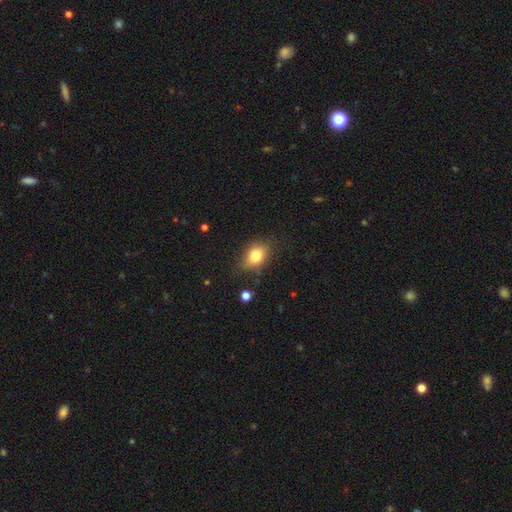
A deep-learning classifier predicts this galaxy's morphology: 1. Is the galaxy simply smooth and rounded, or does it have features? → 78% smooth, 12% featured or disk, 10% star or artifact.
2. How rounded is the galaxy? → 70% in between, 27% round, 2% cigar-shaped.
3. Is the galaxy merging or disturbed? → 71% none, 21% minor disturbance, 5% major disturbance, 2% merger.